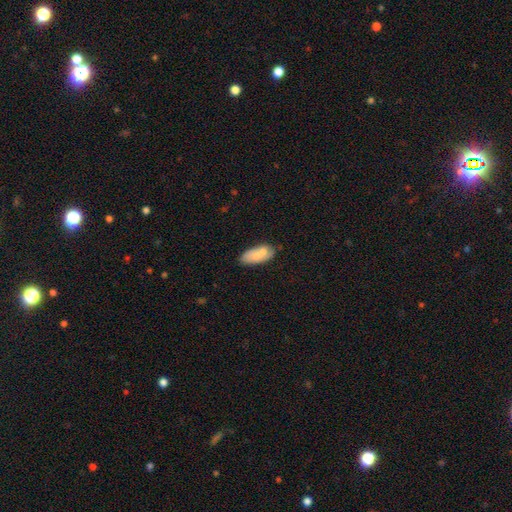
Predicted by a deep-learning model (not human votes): Q: Smooth or featured?
A: smooth (75%); runner-up: featured or disk (18%)
Q: How rounded?
A: in between (88%); runner-up: cigar-shaped (9%)
Q: Merging?
A: none (64%); runner-up: minor disturbance (23%)